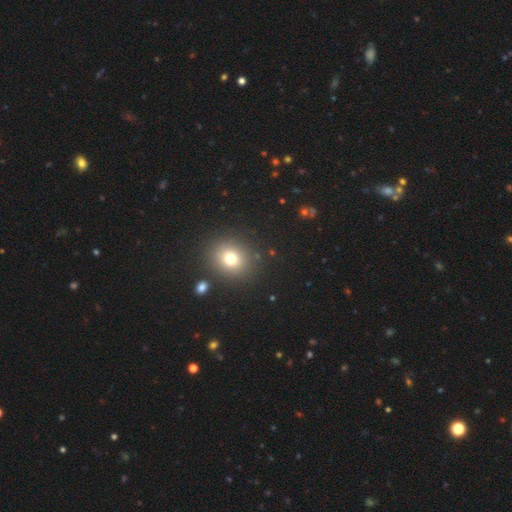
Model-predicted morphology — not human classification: Smooth or featured? smooth (65%)
How rounded? round (82%)
Merging? none (90%)